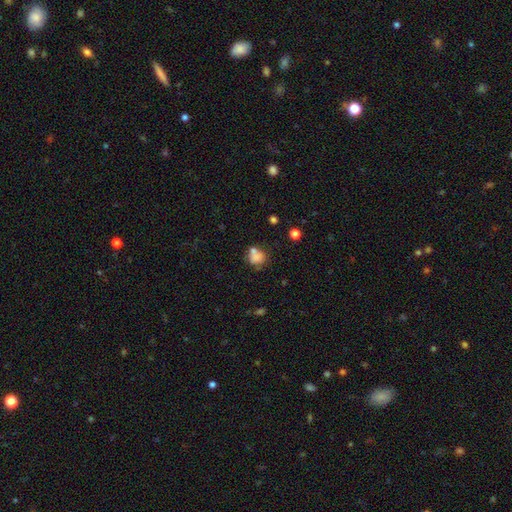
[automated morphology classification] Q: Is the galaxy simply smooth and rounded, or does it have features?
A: smooth — 71%.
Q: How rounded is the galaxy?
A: round — 63%.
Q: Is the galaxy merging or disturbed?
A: none — 41%.